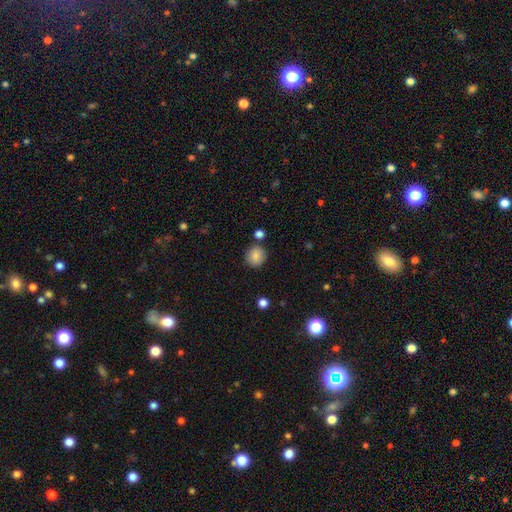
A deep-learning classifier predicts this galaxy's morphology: Smooth or featured? Predicted: smooth (p=0.86). How rounded? Predicted: round (p=0.86). Merging? Predicted: none (p=0.81).